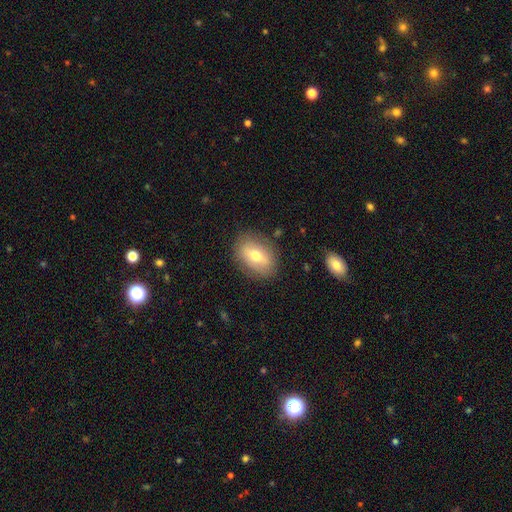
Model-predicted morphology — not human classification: Smooth or featured? smooth (62%)
How rounded? in between (76%)
Merging? none (83%)